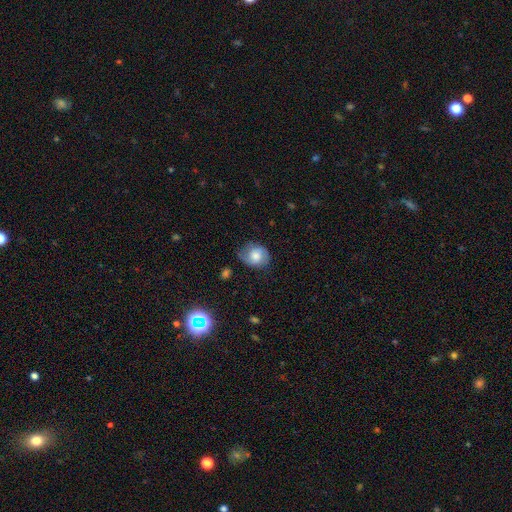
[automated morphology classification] A smooth galaxy with no disk features (60%) that is round (61%).

Vote fractions:
- Smooth or featured? smooth: 60% / featured or disk: 31% / star or artifact: 9%
- How rounded? round: 61% / in between: 38% / cigar-shaped: 1%
- Merging? none: 59% / minor disturbance: 29% / major disturbance: 10% / merger: 2%